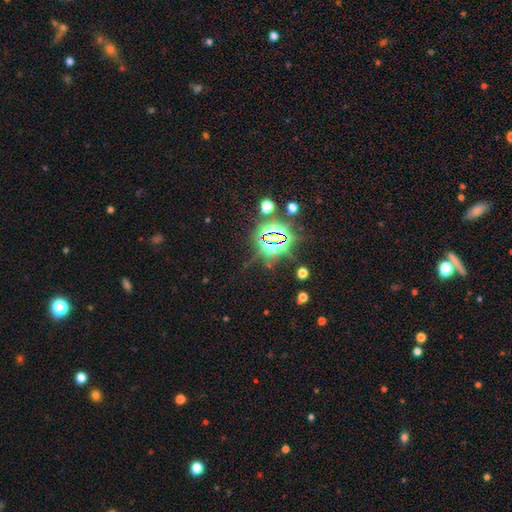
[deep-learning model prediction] Q: Smooth or featured?
A: star or artifact (83%); runner-up: smooth (10%)